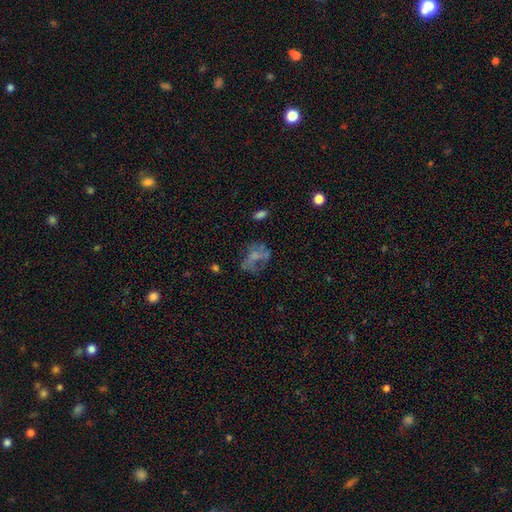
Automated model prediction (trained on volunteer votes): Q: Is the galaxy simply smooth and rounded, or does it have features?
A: featured or disk — 44%.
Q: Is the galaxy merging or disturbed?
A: none — 40%.